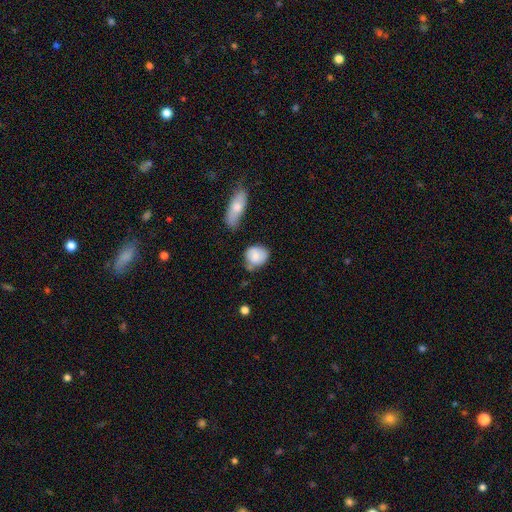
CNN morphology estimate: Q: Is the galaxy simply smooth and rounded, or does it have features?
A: smooth — 77%.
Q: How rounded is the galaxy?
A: round — 57%.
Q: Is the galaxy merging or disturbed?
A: none — 49%.